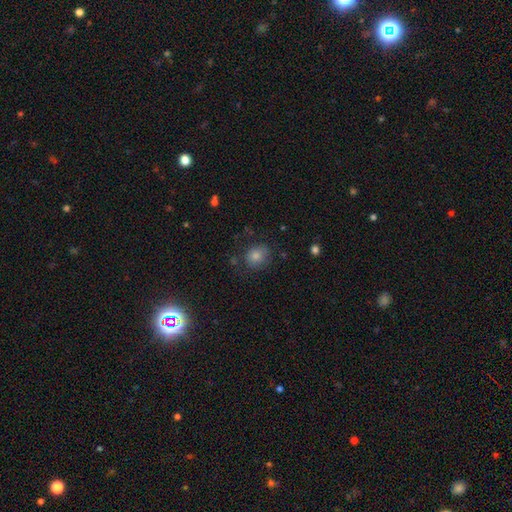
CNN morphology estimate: Overall: smooth (66%). How rounded: round (71%). Merging: none (77%).